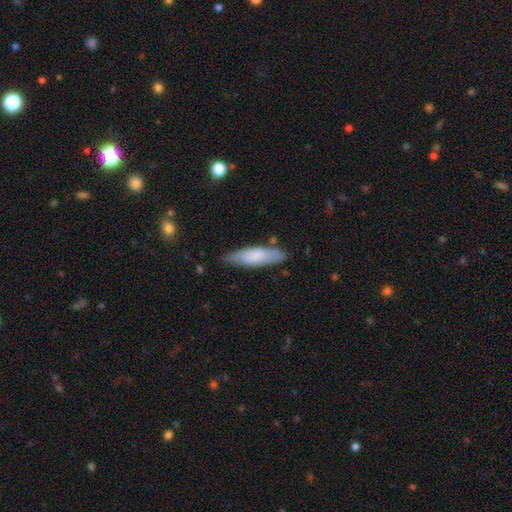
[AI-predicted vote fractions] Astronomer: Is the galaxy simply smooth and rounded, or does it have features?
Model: smooth — 72%.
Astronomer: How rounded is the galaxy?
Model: cigar-shaped — 64%.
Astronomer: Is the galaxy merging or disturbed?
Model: none — 77%.